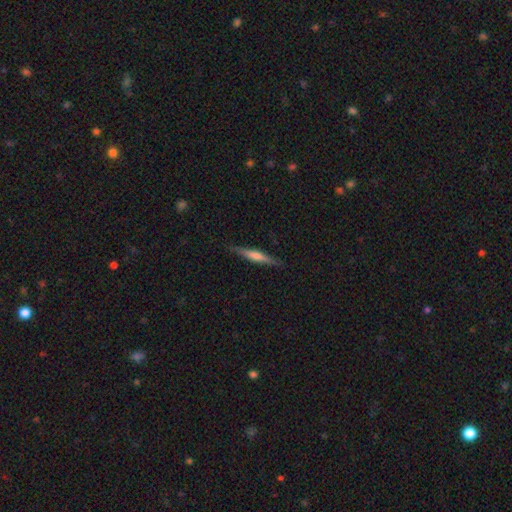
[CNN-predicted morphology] The model was most divided on "smooth or featured": featured or disk: 57%, smooth: 37%, star or artifact: 6%. More confident: edge-on disk — yes (97%); merging — none (89%); edge-on bulge — rounded (55%).